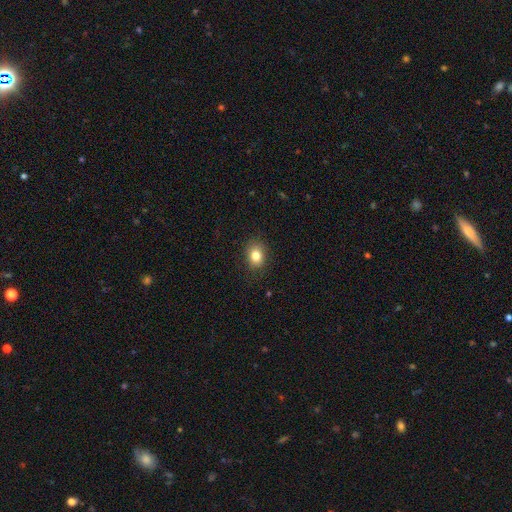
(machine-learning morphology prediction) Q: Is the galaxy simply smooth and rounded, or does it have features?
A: smooth — 82%.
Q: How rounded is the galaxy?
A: in between — 57%.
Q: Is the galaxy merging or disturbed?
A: none — 85%.